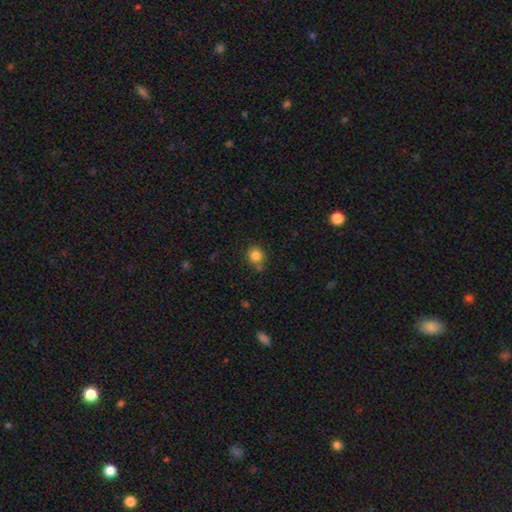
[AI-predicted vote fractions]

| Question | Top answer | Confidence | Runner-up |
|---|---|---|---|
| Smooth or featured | smooth | 83% | star or artifact (11%) |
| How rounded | round | 84% | in between (16%) |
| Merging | none | 71% | minor disturbance (16%) |